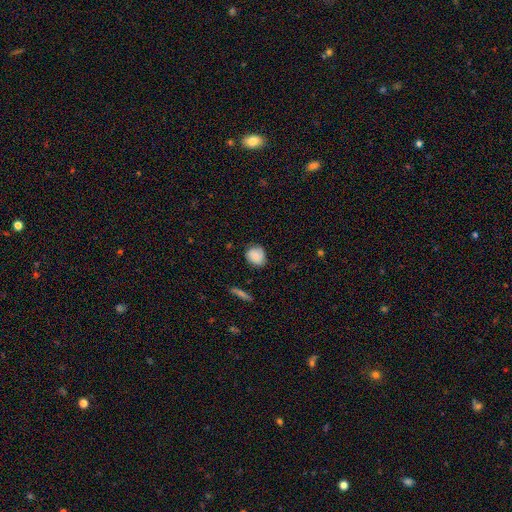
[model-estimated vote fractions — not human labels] Smooth or featured: smooth — 77% (featured or disk — 15%)
How rounded: round — 68% (in between — 30%)
Merging: none — 71% (minor disturbance — 23%)